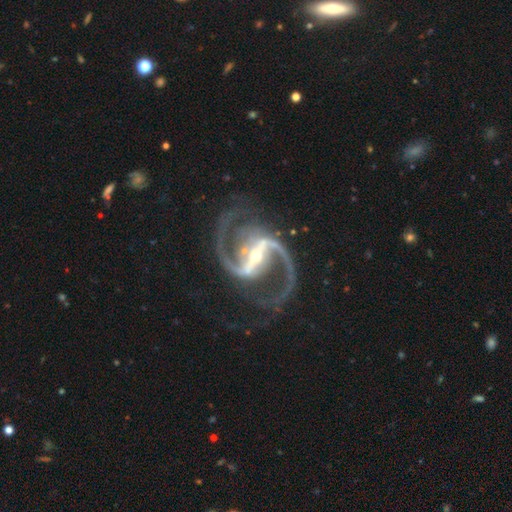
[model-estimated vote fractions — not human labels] Smooth or featured?
  - featured or disk: 94% *
  - star or artifact: 4%
  - smooth: 2%
Edge-on disk?
  - no: 98% *
  - yes: 2%
Bar?
  - strong: 79% *
  - weak: 16%
  - no: 5%
Spiral arms?
  - yes: 99% *
  - no: 1%
Spiral winding?
  - medium: 60% *
  - loose: 29%
  - tight: 11%
Spiral arm count?
  - 2: 93% *
  - 3: 2%
  - can't tell: 1%
  - 1: 1%
  - 4: 1%
  - more than 4: 1%
Bulge size?
  - small: 68% *
  - moderate: 27%
  - large: 2%
  - none: 1%
  - dominant: 1%
Merging?
  - none: 75% *
  - minor disturbance: 12%
  - major disturbance: 10%
  - merger: 2%